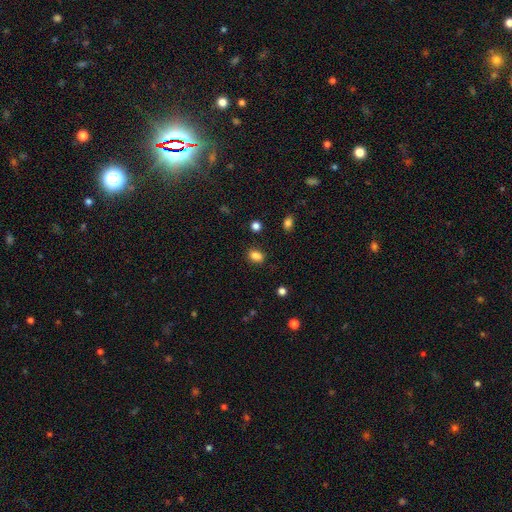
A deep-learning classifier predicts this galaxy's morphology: This appears to be a smooth galaxy with no disk features (84%) that is in between round and cigar-shaped (75%). Merging: none (79%).